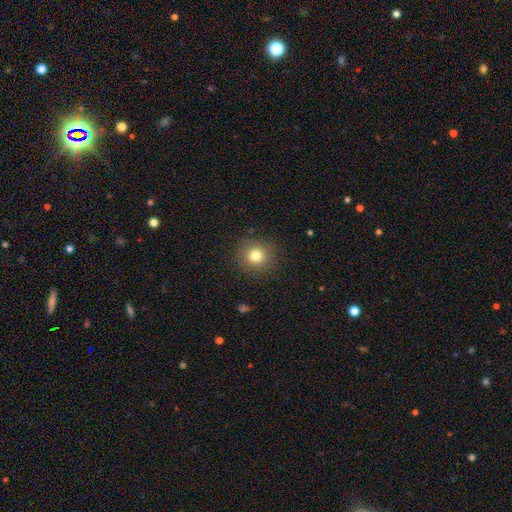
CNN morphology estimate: Smooth or featured?
  - smooth: 79% *
  - star or artifact: 13%
  - featured or disk: 8%
How rounded?
  - round: 92% *
  - in between: 7%
  - cigar-shaped: 1%
Merging?
  - none: 89% *
  - minor disturbance: 7%
  - major disturbance: 3%
  - merger: 1%